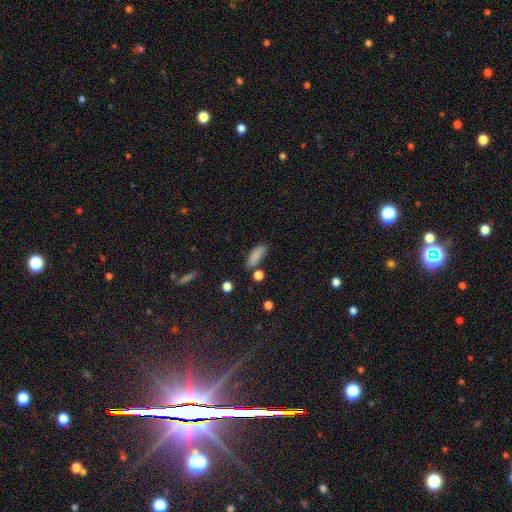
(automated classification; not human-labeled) This appears to be a smooth galaxy with no disk features (84%) that is in between round and cigar-shaped (71%). Merging: none (70%).